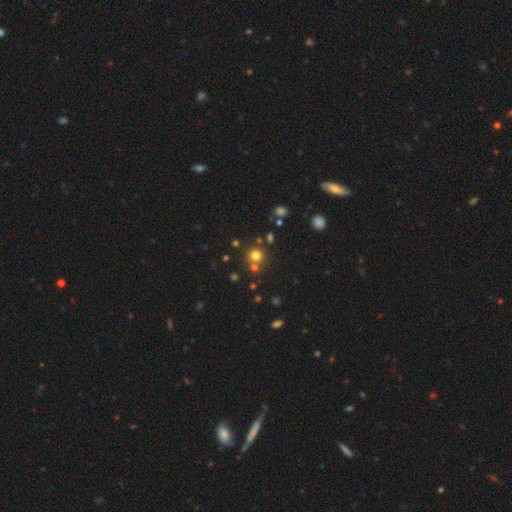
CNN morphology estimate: A smooth galaxy with no disk features (72%) that is round (90%).

Vote fractions:
- Smooth or featured? smooth: 72% / star or artifact: 20% / featured or disk: 8%
- How rounded? round: 90% / in between: 9% / cigar-shaped: 1%
- Merging? none: 67% / merger: 23% / minor disturbance: 7% / major disturbance: 3%